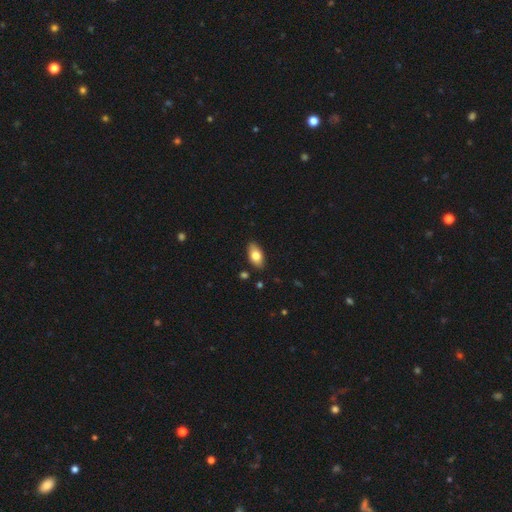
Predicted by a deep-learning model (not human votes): Overall: smooth (78%). How rounded: in between (92%). Merging: none (87%).